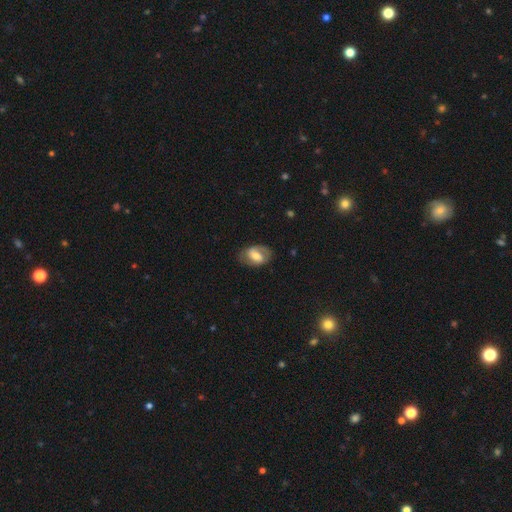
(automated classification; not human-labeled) Smooth or featured: featured or disk — 49% (smooth — 44%)
Merging: none — 73% (minor disturbance — 18%)